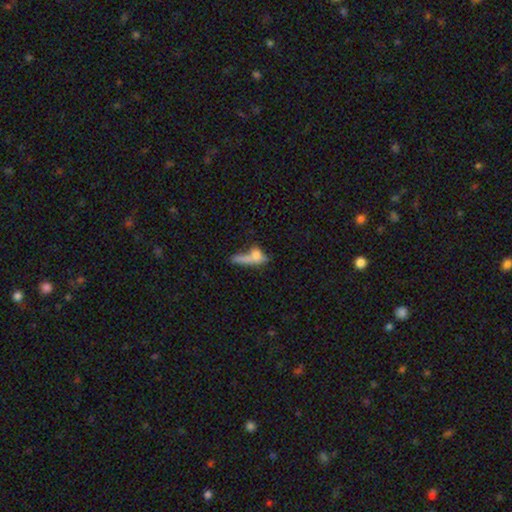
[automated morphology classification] Smooth or featured: smooth — 50% (featured or disk — 34%)
How rounded: cigar-shaped — 54% (in between — 31%)
Merging: merger — 34% (none — 33%)